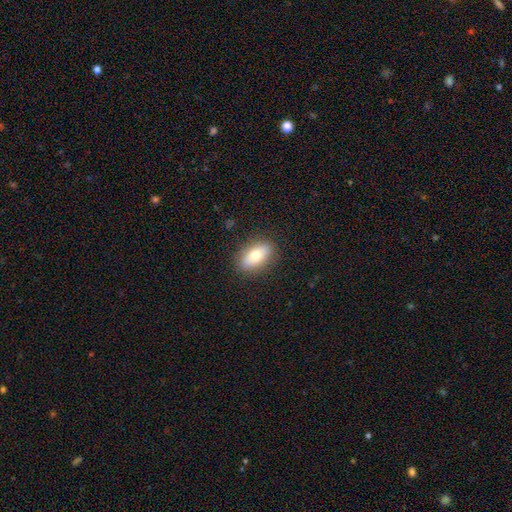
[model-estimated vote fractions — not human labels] This is likely a smooth galaxy (72%). How rounded: clearly in between (87%). Merging: clearly none (86%).